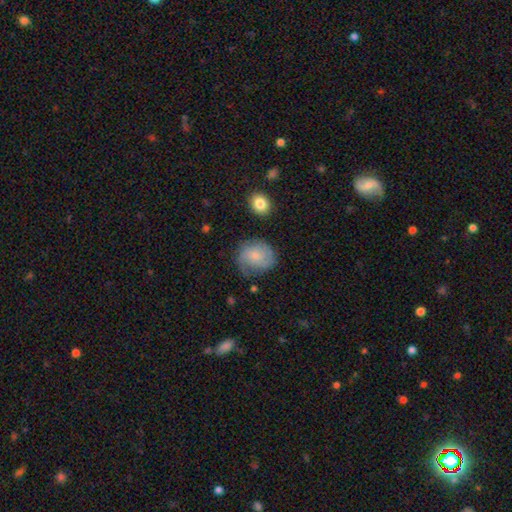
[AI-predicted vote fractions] Smooth or featured?
  - smooth: 55% *
  - featured or disk: 36%
  - star or artifact: 8%
How rounded?
  - round: 73% *
  - in between: 26%
  - cigar-shaped: 1%
Merging?
  - none: 61% *
  - minor disturbance: 25%
  - major disturbance: 11%
  - merger: 2%